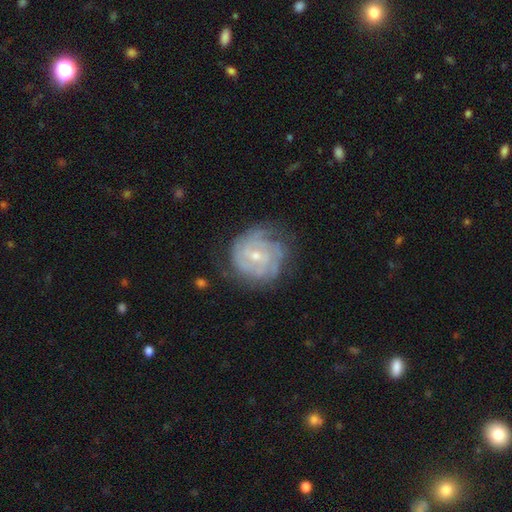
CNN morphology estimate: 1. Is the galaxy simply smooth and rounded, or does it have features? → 81% featured or disk, 13% smooth, 6% star or artifact.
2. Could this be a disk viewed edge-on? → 98% no, 2% yes.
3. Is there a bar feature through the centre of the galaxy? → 58% no, 36% weak, 7% strong.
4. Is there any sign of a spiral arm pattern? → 93% yes, 7% no.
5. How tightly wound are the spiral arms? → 69% tight, 25% medium, 6% loose.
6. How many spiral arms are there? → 38% can't tell, 21% 3, 16% 2, 14% 4, 6% more than 4, 5% 1.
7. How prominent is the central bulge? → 60% small, 37% moderate, 1% none, 1% large, 1% dominant.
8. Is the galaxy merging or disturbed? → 69% none, 21% minor disturbance, 9% major disturbance, 1% merger.